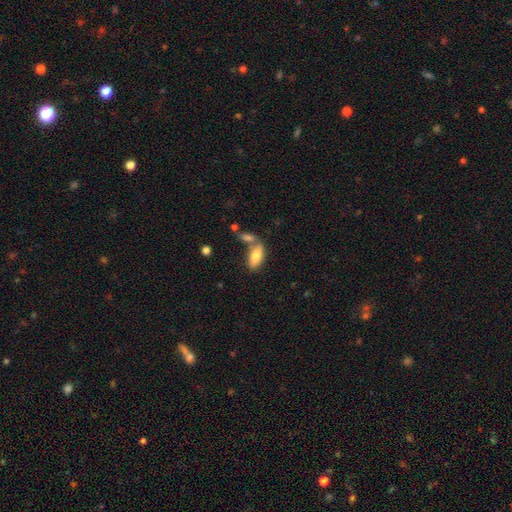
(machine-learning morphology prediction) A smooth galaxy with no disk features (77%) that is in between round and cigar-shaped (84%).

Vote fractions:
- Smooth or featured? smooth: 77% / featured or disk: 16% / star or artifact: 6%
- How rounded? in between: 84% / cigar-shaped: 13% / round: 3%
- Merging? none: 52% / merger: 31% / minor disturbance: 13% / major disturbance: 4%